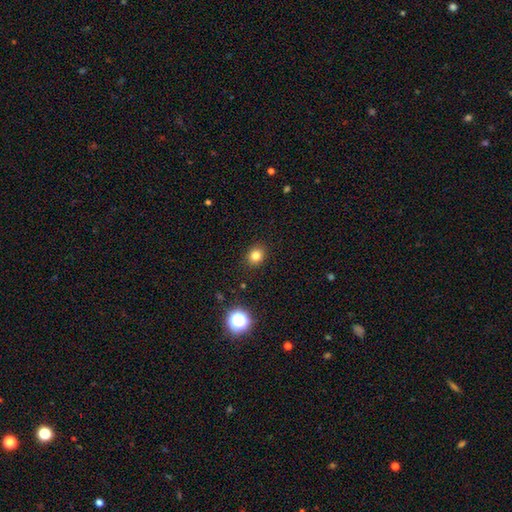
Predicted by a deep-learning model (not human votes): Smooth or featured: smooth — 81% (star or artifact — 14%)
How rounded: round — 76% (in between — 24%)
Merging: none — 90% (minor disturbance — 6%)